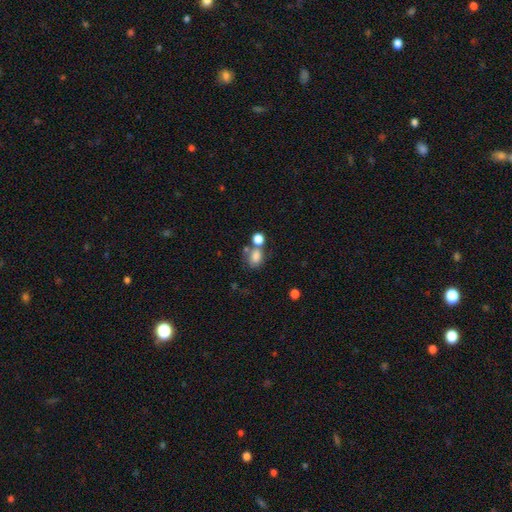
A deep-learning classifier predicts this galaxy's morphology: type=smooth (78%); roundness=in between (59%); merging=none (41%).